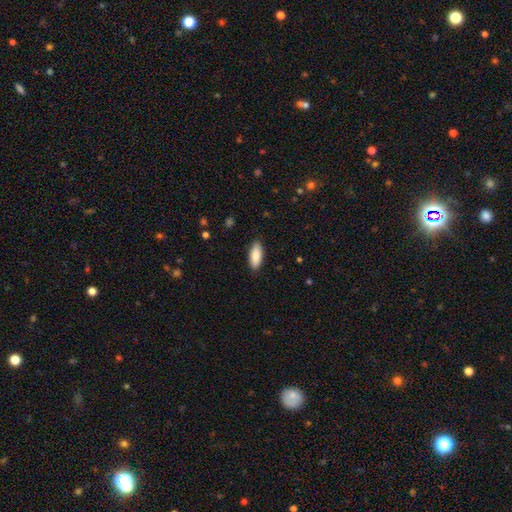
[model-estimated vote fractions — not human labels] A smooth galaxy with no disk features (87%) that is in between round and cigar-shaped (82%). Merging: none (88%).